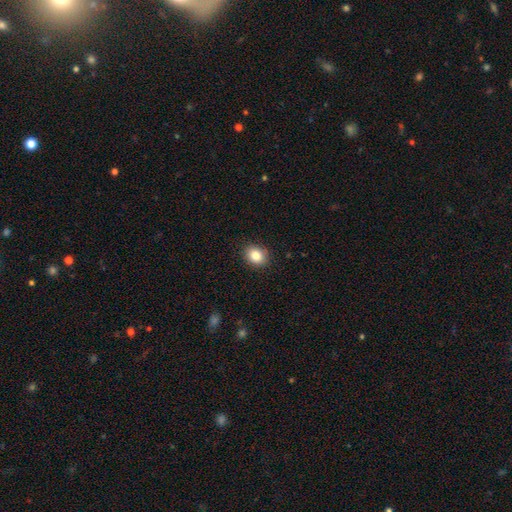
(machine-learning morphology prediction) Smooth or featured?
  - smooth: 85% *
  - star or artifact: 9%
  - featured or disk: 6%
How rounded?
  - round: 54% *
  - in between: 45%
  - cigar-shaped: 1%
Merging?
  - none: 89% *
  - minor disturbance: 8%
  - major disturbance: 2%
  - merger: 1%